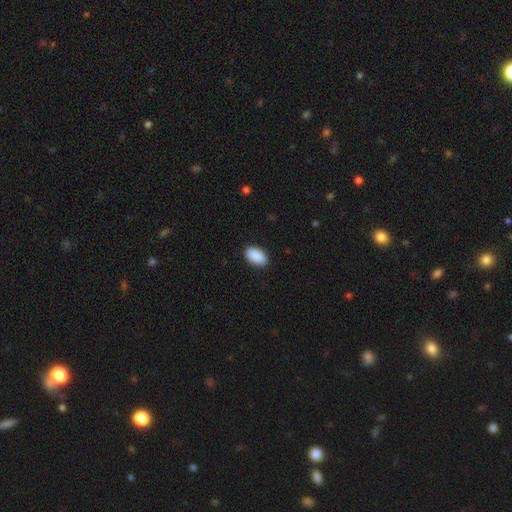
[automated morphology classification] smooth 91%, star or artifact 6%, featured or disk 3%. Down the decision tree: how rounded — in between (94%); merging — none (88%).